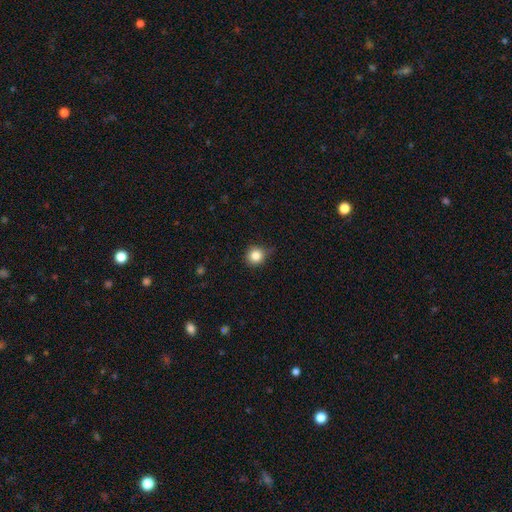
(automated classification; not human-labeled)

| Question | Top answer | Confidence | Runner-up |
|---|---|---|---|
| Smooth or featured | smooth | 84% | star or artifact (11%) |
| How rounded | round | 92% | in between (7%) |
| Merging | none | 77% | minor disturbance (18%) |